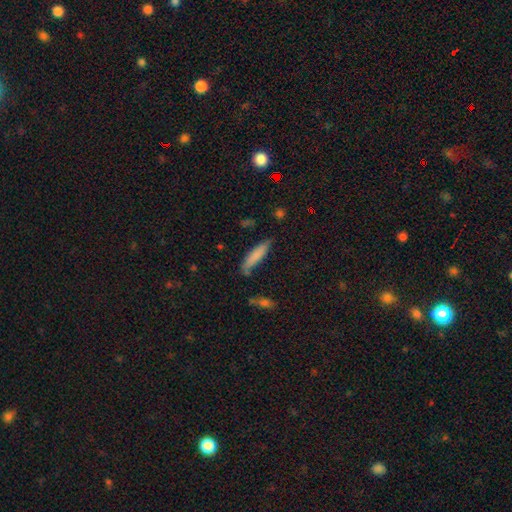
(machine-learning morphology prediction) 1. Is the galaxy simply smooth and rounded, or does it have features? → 79% smooth, 14% featured or disk, 7% star or artifact.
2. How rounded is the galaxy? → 80% cigar-shaped, 19% in between, 1% round.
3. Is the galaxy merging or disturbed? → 68% none, 23% minor disturbance, 5% major disturbance, 4% merger.